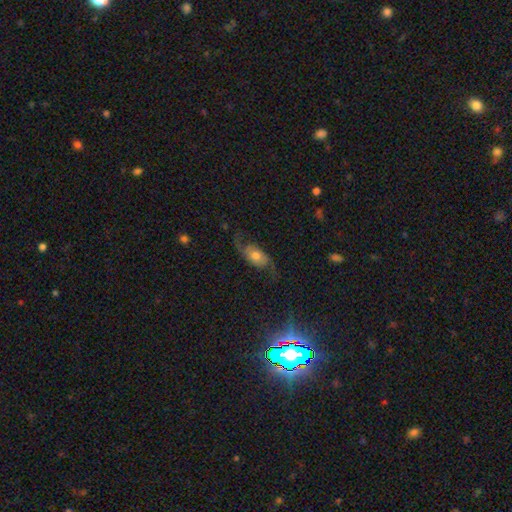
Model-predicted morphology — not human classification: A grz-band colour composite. It shows a featured or disk galaxy (63%) with no bar (73%), spiral arms (89%) and a moderate central bulge (61%). Merging: none (61%).